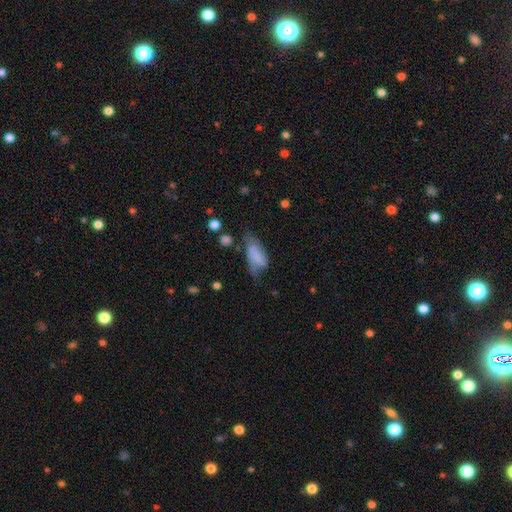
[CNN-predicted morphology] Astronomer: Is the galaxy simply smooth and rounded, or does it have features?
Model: smooth — 64%.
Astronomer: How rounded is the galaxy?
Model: in between — 83%.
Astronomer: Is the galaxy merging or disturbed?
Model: minor disturbance — 35% (runner-up: none, 31%).